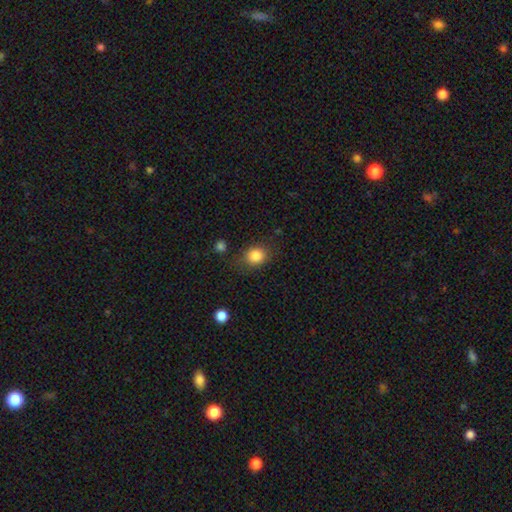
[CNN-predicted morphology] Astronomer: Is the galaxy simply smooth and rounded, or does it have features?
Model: smooth — 85%.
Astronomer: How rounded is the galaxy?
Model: round — 66%.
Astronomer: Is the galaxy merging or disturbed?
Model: none — 77%.